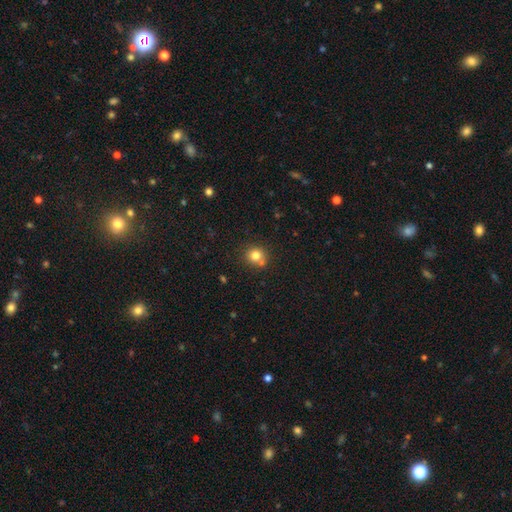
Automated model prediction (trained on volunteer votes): This is likely a smooth galaxy (79%). How rounded: clearly round (88%). Merging: likely none (69%).